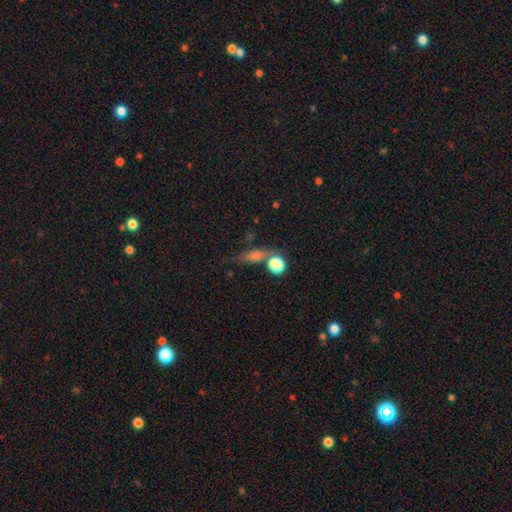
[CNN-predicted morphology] A smooth galaxy with no disk features (56%) that is in between round and cigar-shaped (37%).

Vote fractions:
- Smooth or featured? smooth: 56% / featured or disk: 22% / star or artifact: 21%
- How rounded? in between: 37% / cigar-shaped: 36% / round: 27%
- Merging? none: 57% / merger: 17% / minor disturbance: 15% / major disturbance: 10%